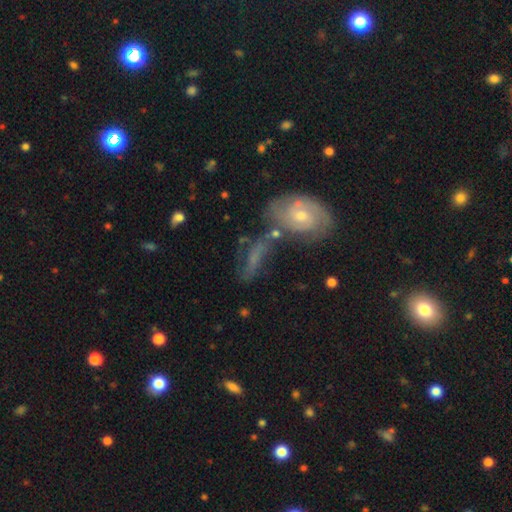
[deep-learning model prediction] featured or disk 51%, smooth 34%, star or artifact 16%. Down the decision tree: edge-on disk — no (83%); merging — none (49%).